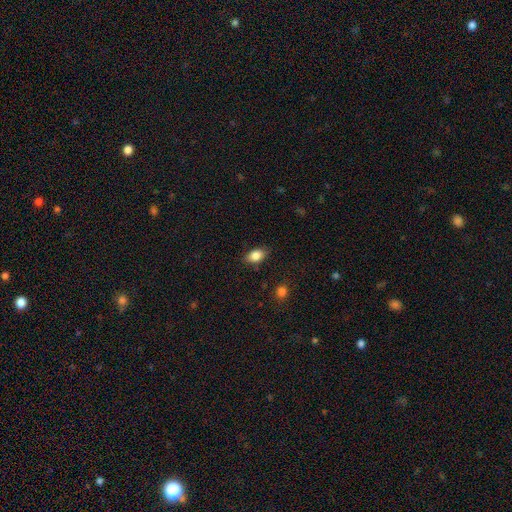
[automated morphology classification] Q: Smooth or featured?
A: smooth (85%); runner-up: star or artifact (8%)
Q: How rounded?
A: in between (86%); runner-up: round (11%)
Q: Merging?
A: none (84%); runner-up: minor disturbance (12%)